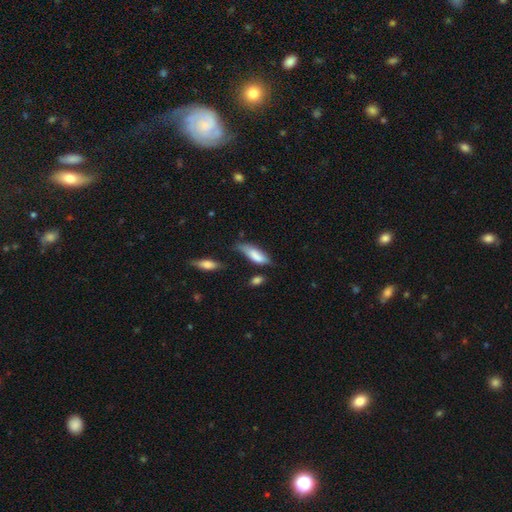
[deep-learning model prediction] The model was most divided on "merging": none: 43%, minor disturbance: 37%, major disturbance: 12%, merger: 8%. More confident: smooth or featured — smooth (81%); how rounded — in between (64%).